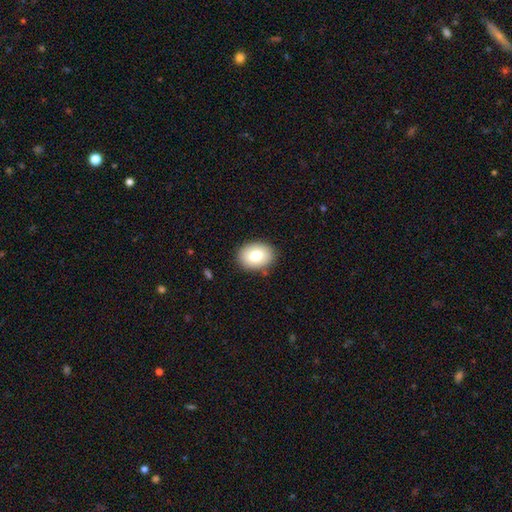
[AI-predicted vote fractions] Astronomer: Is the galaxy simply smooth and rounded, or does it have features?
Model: smooth — 78%.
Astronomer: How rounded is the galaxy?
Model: in between — 68%.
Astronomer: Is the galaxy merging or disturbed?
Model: none — 87%.